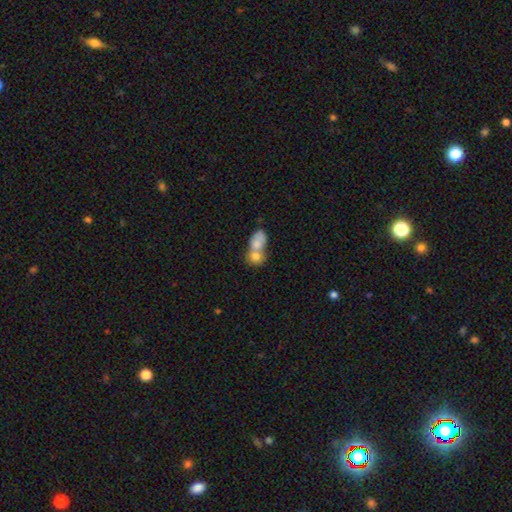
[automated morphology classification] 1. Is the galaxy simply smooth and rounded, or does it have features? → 75% smooth, 17% featured or disk, 7% star or artifact.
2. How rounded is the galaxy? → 57% in between, 41% round, 2% cigar-shaped.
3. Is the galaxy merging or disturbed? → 73% merger, 17% none, 6% minor disturbance, 4% major disturbance.